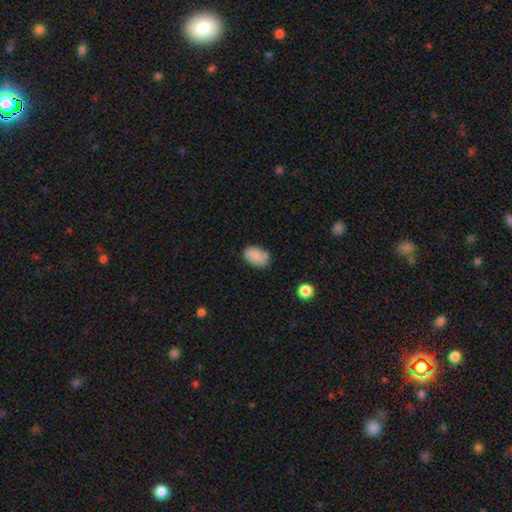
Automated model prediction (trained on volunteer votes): Overall: smooth (82%). How rounded: in between (86%). Merging: none (60%; minor disturbance 23%).